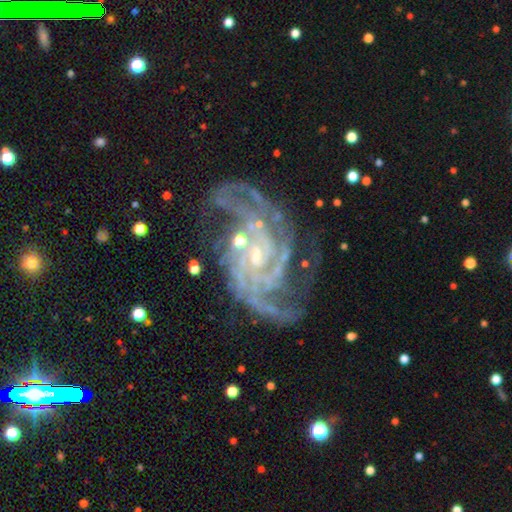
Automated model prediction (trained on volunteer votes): Smooth or featured? featured or disk (90%)
Edge-on disk? no (97%)
Bar? no (53%)
Spiral arms? yes (98%)
Spiral winding? tight (52%)
Spiral arm count? 3 (24%)
Bulge size? small (71%)
Merging? none (59%)